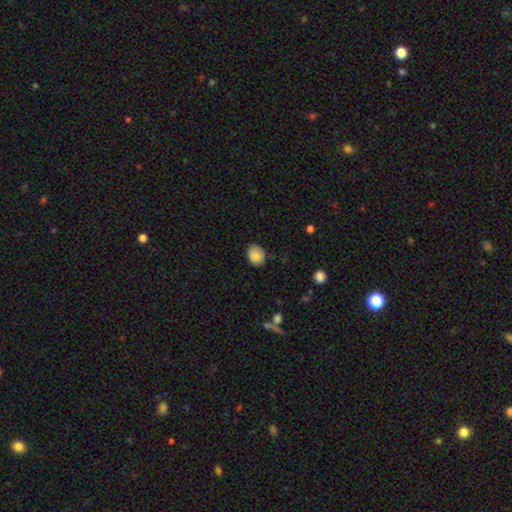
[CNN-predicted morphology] A smooth galaxy with no disk features (86%) that is in between round and cigar-shaped (53%). Merging: none (74%).